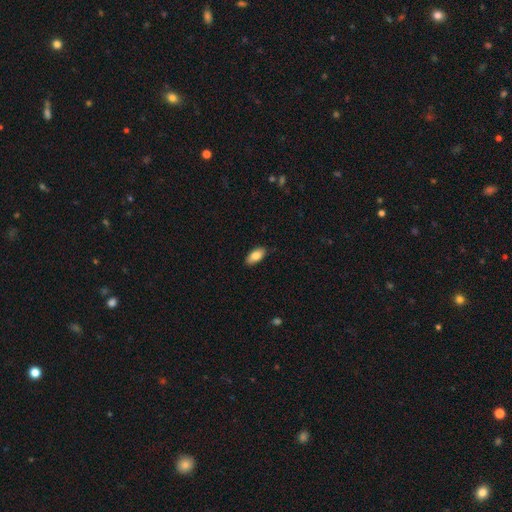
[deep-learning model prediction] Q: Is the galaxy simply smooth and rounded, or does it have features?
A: smooth — 85%.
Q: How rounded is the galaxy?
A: in between — 92%.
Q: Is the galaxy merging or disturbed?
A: none — 87%.